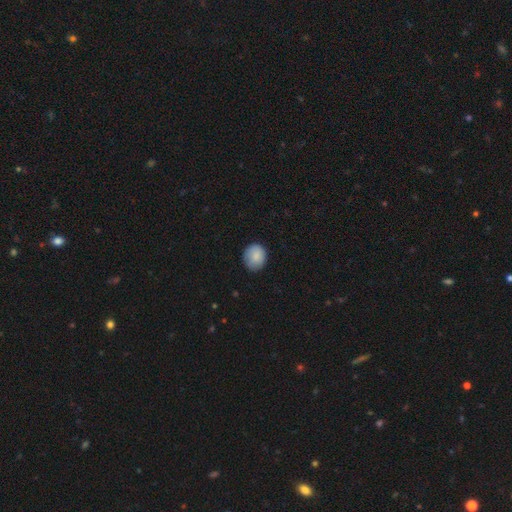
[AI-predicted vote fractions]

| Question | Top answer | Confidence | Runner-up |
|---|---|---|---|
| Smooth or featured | smooth | 86% | featured or disk (7%) |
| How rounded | round | 70% | in between (29%) |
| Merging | none | 78% | minor disturbance (18%) |